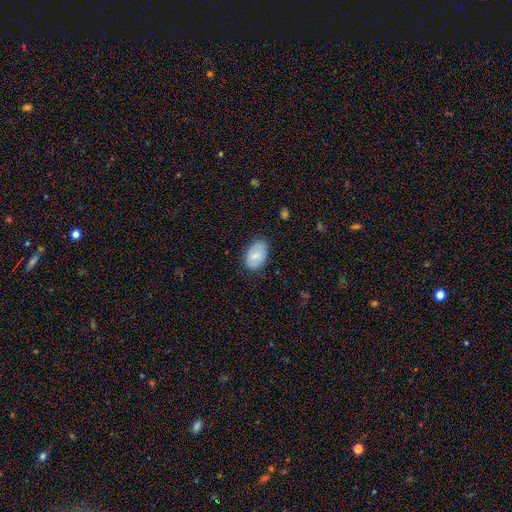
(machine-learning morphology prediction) type=smooth (79%); roundness=in between (89%); merging=none (72%).